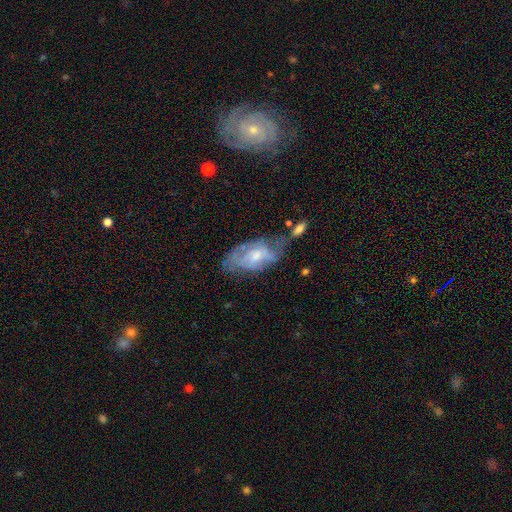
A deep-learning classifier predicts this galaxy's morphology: smooth-or-featured: featured or disk: 57% | smooth: 36% | star or artifact: 7%
  disk-edge-on: no: 91% | yes: 9%
    bar: no: 64% | weak: 31% | strong: 5%
    has-spiral-arms: yes: 55% | no: 45%
    bulge-size: moderate: 46% | small: 37% | large: 8% | none: 8% | dominant: 1%
  merging: none: 39% | minor disturbance: 30% | major disturbance: 21% | merger: 11%